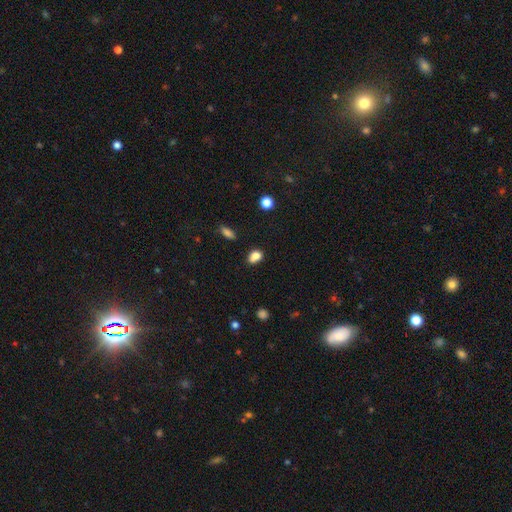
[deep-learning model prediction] This is clearly a smooth galaxy (80%). How rounded: likely in between (63%). Merging: possibly none (51%).